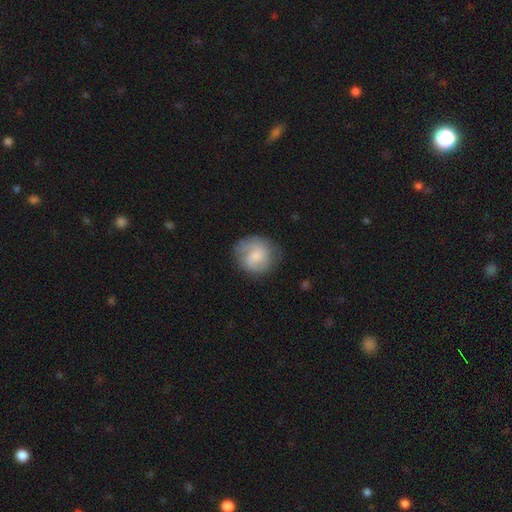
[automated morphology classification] type=smooth (51%); roundness=round (82%); merging=none (70%).